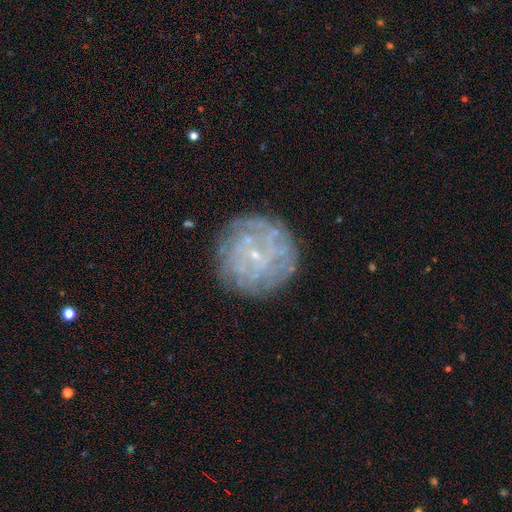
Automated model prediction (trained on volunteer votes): A featured or disk galaxy (64%) with no bar (75%), spiral arms (52%) and a small central bulge (84%). Merging: none (79%).